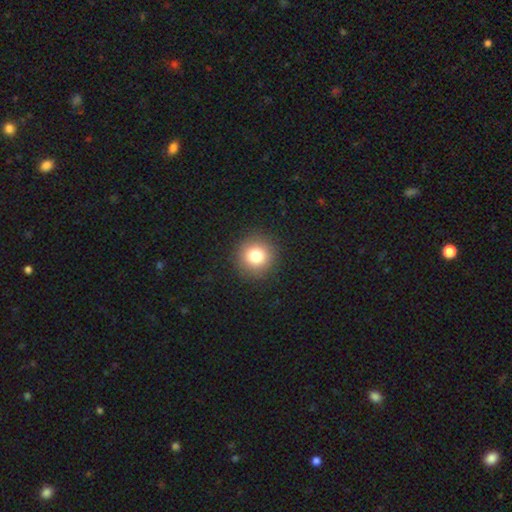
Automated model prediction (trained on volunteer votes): smooth_or_featured: smooth (p=0.80) [alt: star or artifact p=0.11]
how_rounded: round (p=0.94) [alt: in between p=0.05]
merging: none (p=0.91) [alt: minor disturbance p=0.06]